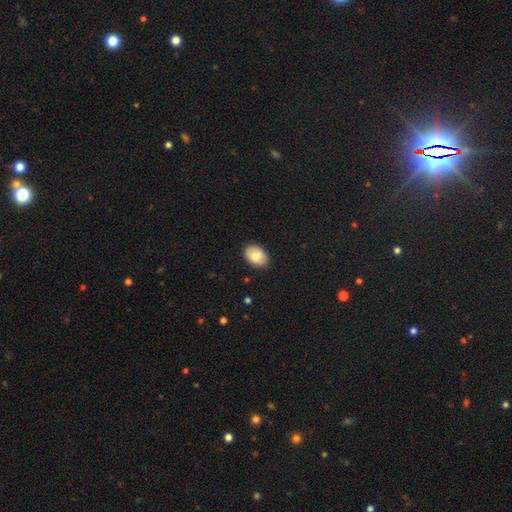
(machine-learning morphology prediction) The model was most divided on "smooth or featured": smooth: 73%, featured or disk: 20%, star or artifact: 7%. More confident: merging — none (85%); how rounded — in between (84%).